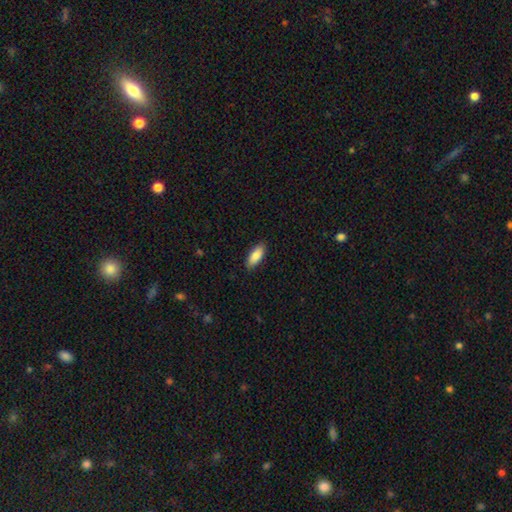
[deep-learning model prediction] This is clearly a smooth galaxy (87%). How rounded: clearly in between (82%). Merging: clearly none (88%).